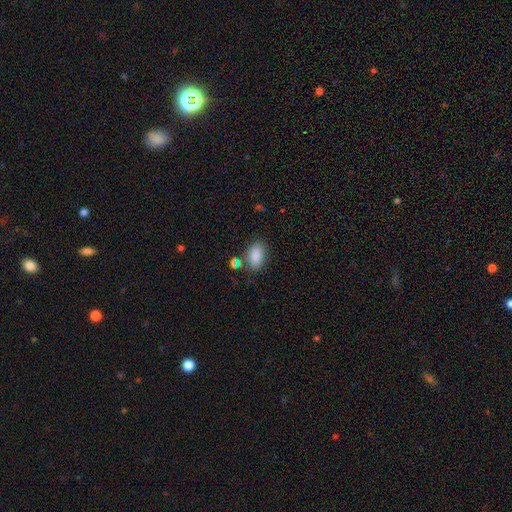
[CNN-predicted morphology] Q: Smooth or featured?
A: smooth (86%); runner-up: star or artifact (8%)
Q: How rounded?
A: in between (90%); runner-up: round (7%)
Q: Merging?
A: none (75%); runner-up: minor disturbance (14%)